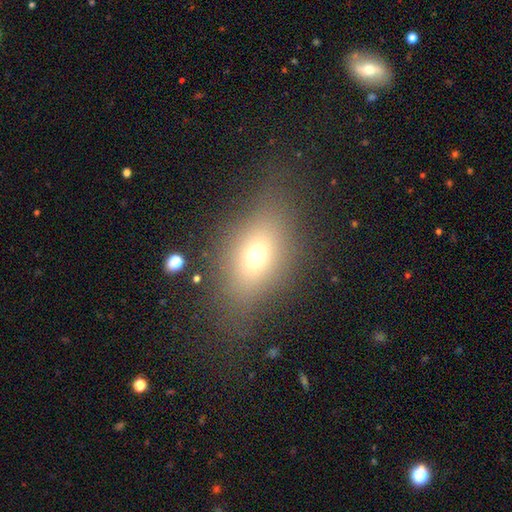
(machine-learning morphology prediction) smooth_or_featured: smooth (p=0.64) [alt: featured or disk p=0.20]
how_rounded: in between (p=0.73) [alt: round p=0.20]
merging: none (p=0.73) [alt: minor disturbance p=0.15]